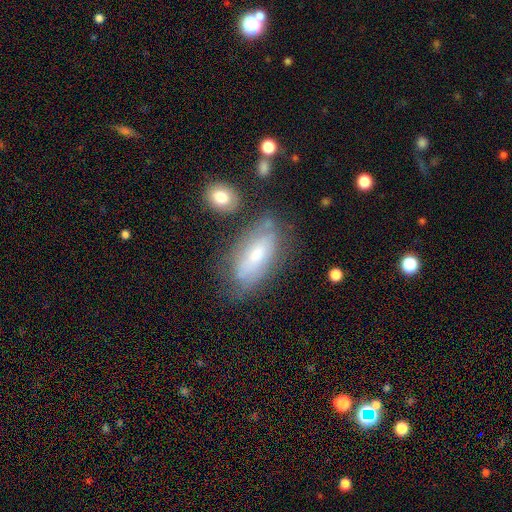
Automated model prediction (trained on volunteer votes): Smooth or featured? Predicted: smooth (p=0.47). Merging? Predicted: none (p=0.61).